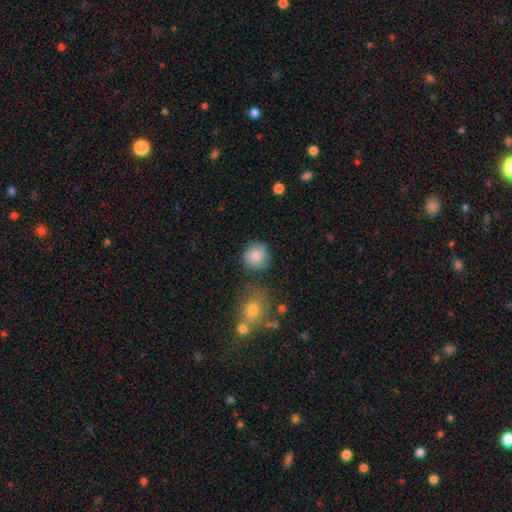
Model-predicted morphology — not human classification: Smooth or featured? Predicted: smooth (p=0.78). How rounded? Predicted: round (p=0.82). Merging? Predicted: none (p=0.65).